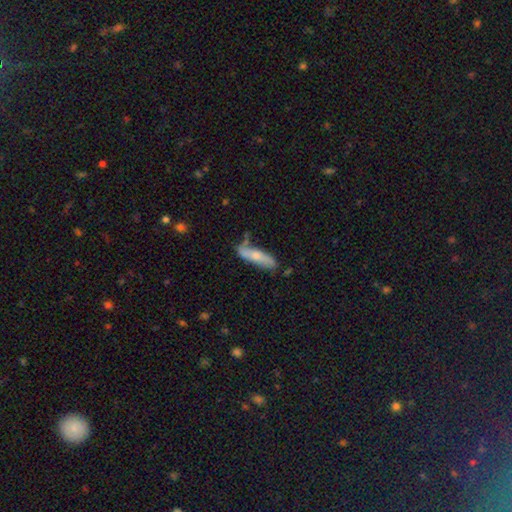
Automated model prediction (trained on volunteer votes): smooth_or_featured: smooth (p=0.62) [alt: featured or disk p=0.32]
how_rounded: cigar-shaped (p=0.67) [alt: in between p=0.31]
merging: none (p=0.58) [alt: minor disturbance p=0.26]